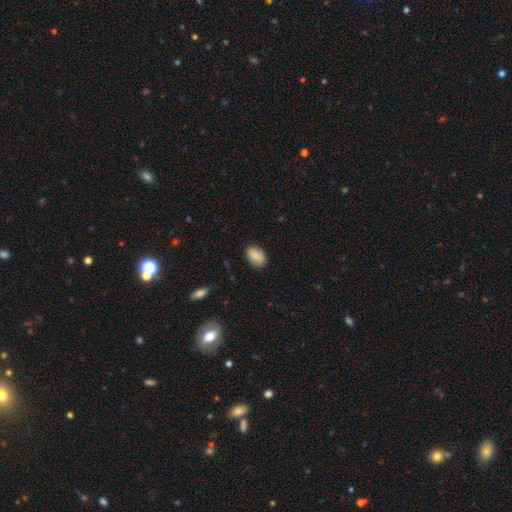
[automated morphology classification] Q: Smooth or featured?
A: smooth (86%); runner-up: star or artifact (7%)
Q: How rounded?
A: in between (87%); runner-up: round (11%)
Q: Merging?
A: none (82%); runner-up: minor disturbance (14%)